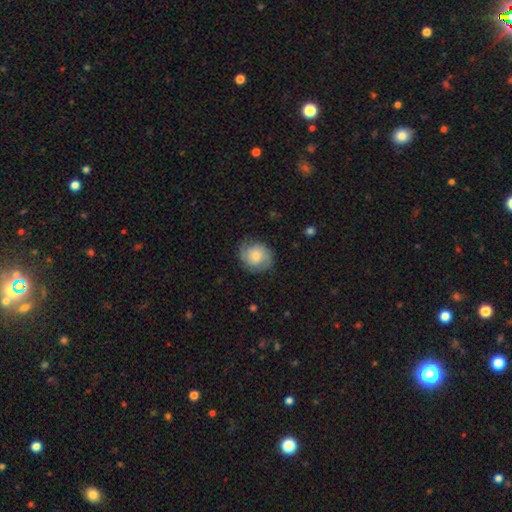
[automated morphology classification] featured or disk 52%, smooth 40%, star or artifact 7%. Down the decision tree: edge-on disk — no (98%); bar — no (72%); spiral arms — yes (87%); bulge size — small (49%); merging — none (75%).